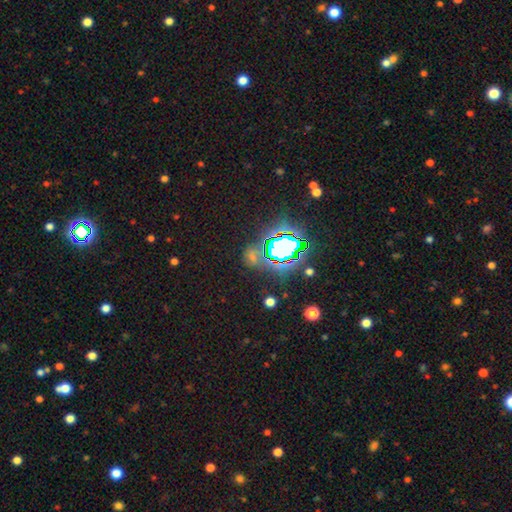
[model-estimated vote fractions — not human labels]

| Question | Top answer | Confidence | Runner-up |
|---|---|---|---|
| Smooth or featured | star or artifact | 63% | smooth (24%) |